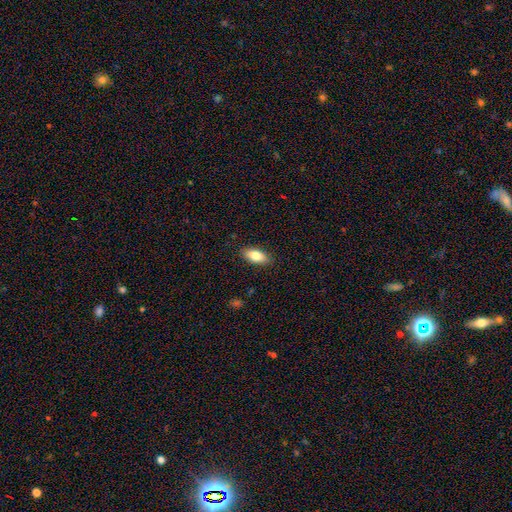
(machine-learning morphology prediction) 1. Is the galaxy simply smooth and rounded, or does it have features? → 82% smooth, 12% featured or disk, 7% star or artifact.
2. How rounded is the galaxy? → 86% in between, 11% cigar-shaped, 3% round.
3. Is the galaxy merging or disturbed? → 88% none, 9% minor disturbance, 2% major disturbance, 1% merger.